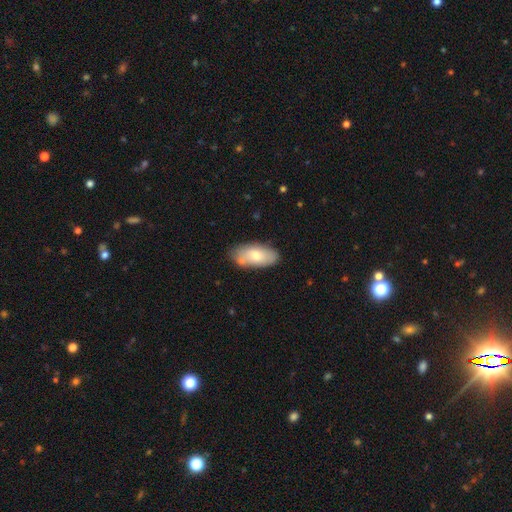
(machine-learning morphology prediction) Smooth or featured? smooth (70%)
How rounded? in between (92%)
Merging? none (69%)